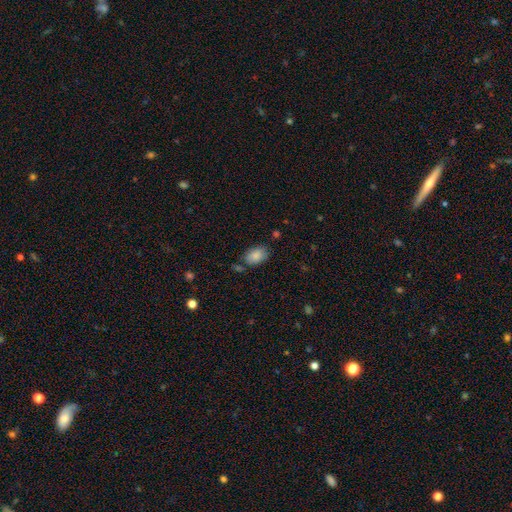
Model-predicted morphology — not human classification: The model was most divided on "merging": none: 73%, minor disturbance: 17%, merger: 7%, major disturbance: 4%. More confident: how rounded — in between (88%); smooth or featured — smooth (86%).